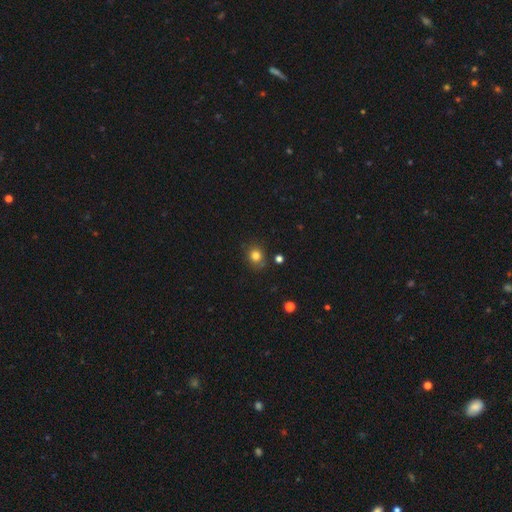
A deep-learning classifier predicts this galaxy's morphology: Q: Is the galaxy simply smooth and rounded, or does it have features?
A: smooth — 81%.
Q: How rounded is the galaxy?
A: round — 79%.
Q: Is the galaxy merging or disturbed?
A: none — 82%.